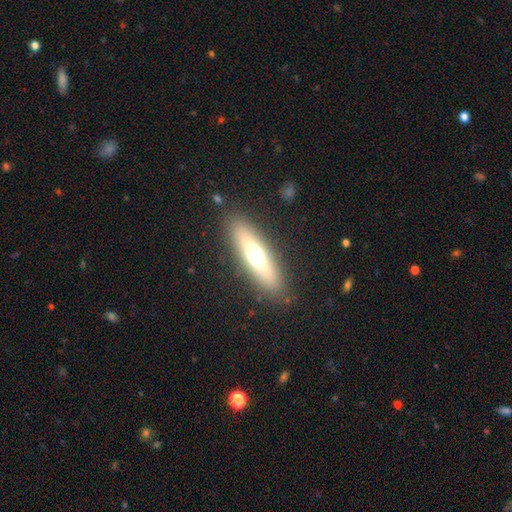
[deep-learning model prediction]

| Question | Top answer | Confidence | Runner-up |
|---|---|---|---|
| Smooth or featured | smooth | 55% | featured or disk (37%) |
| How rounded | cigar-shaped | 63% | in between (34%) |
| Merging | none | 86% | minor disturbance (9%) |